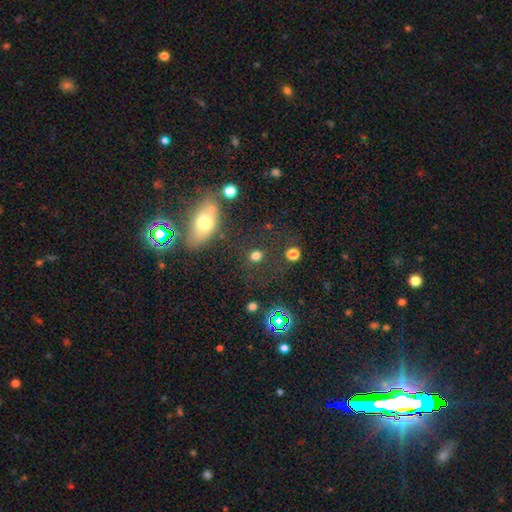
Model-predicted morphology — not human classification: This appears to be a smooth galaxy with no disk features (75%) that is round (77%). Merging: none (80%).